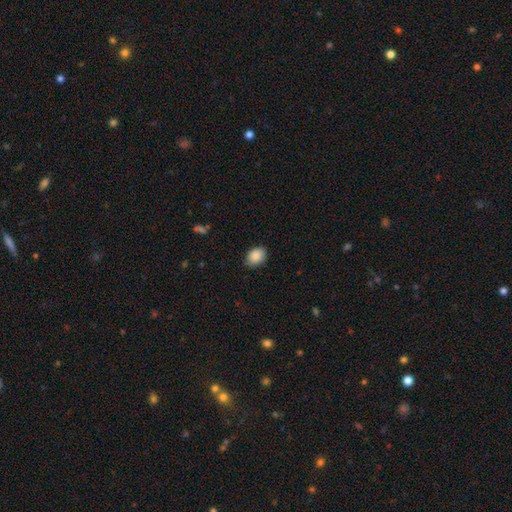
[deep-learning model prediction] A smooth galaxy with no disk features (88%) that is in between round and cigar-shaped (71%).

Vote fractions:
- Smooth or featured? smooth: 88% / star or artifact: 8% / featured or disk: 4%
- How rounded? in between: 71% / round: 28% / cigar-shaped: 1%
- Merging? none: 81% / minor disturbance: 16% / major disturbance: 2% / merger: 1%